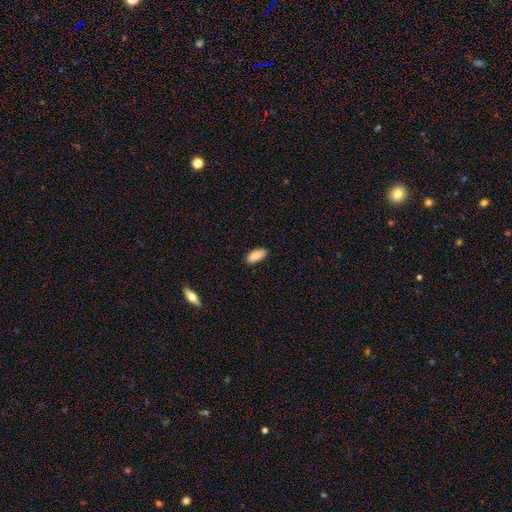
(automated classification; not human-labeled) Smooth or featured? Predicted: smooth (p=0.87). How rounded? Predicted: in between (p=0.85). Merging? Predicted: none (p=0.84).